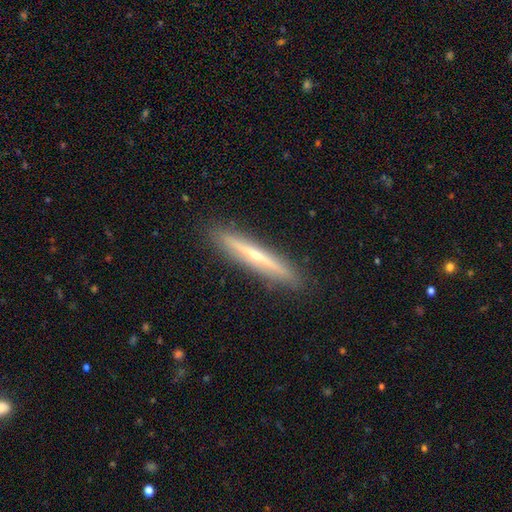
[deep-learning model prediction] The model was most divided on "edge-on bulge": rounded: 60%, none: 36%, boxy: 4%. More confident: edge-on disk — yes (95%); merging — none (91%); smooth or featured — featured or disk (63%).